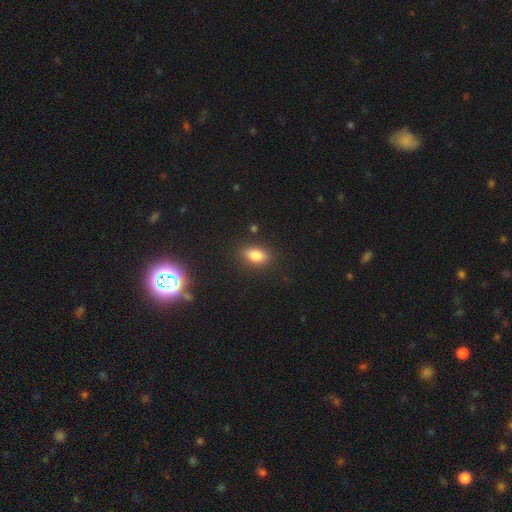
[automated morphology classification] Smooth or featured? smooth (79%)
How rounded? in between (82%)
Merging? none (85%)